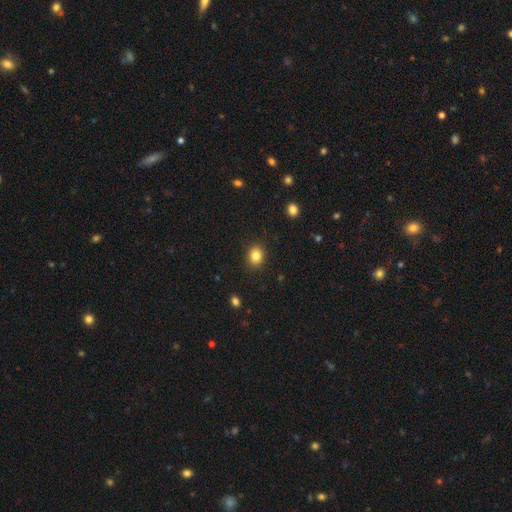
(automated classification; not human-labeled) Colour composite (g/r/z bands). It shows a smooth galaxy with no disk features (83%) that is round (60%). Merging: none (89%).